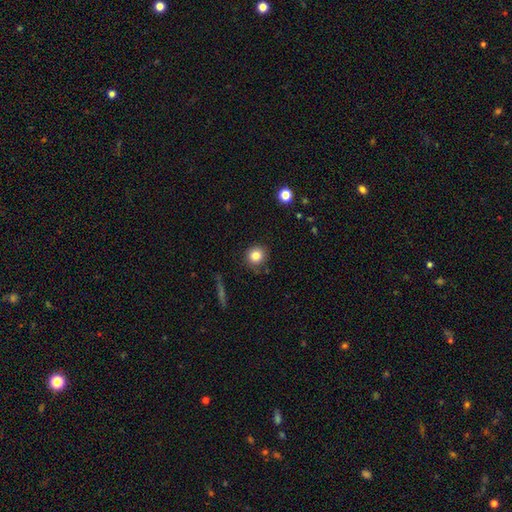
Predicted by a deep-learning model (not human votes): smooth_or_featured: smooth (p=0.82) [alt: star or artifact p=0.11]
how_rounded: round (p=0.91) [alt: in between p=0.08]
merging: none (p=0.85) [alt: minor disturbance p=0.10]